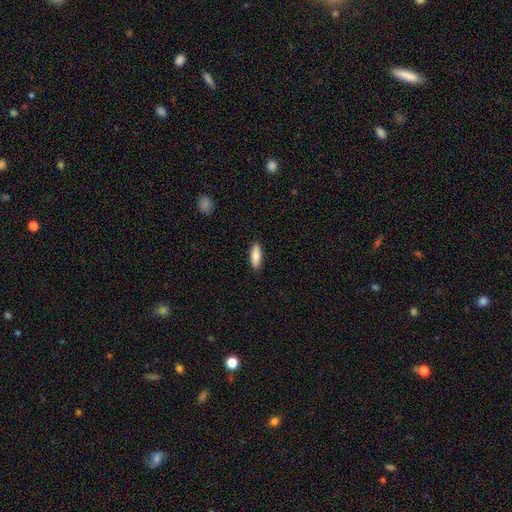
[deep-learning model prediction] Smooth or featured: smooth — 85% (featured or disk — 10%)
How rounded: in between — 61% (cigar-shaped — 37%)
Merging: none — 90% (minor disturbance — 8%)